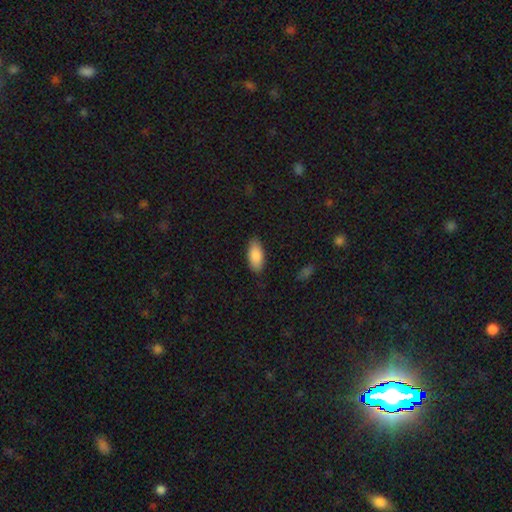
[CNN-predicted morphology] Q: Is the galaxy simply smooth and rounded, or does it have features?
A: smooth — 89%.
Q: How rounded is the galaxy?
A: in between — 89%.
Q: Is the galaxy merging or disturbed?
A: none — 86%.